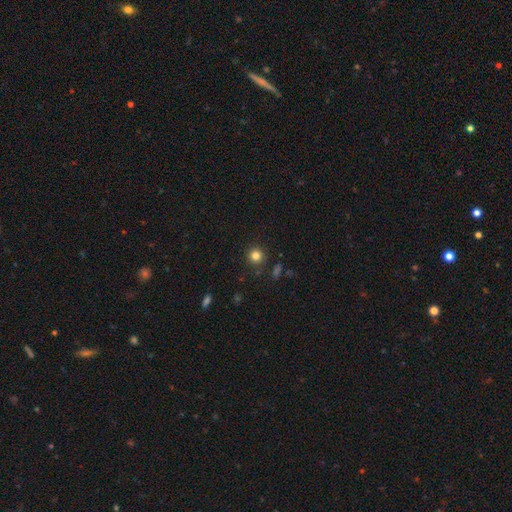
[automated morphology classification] This appears to be a smooth galaxy with no disk features (81%) that is round (93%). Merging: none (89%).